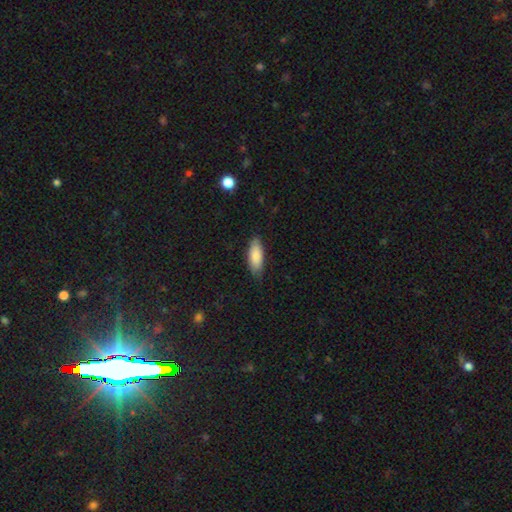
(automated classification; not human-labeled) Overall: smooth (86%). How rounded: in between (73%). Merging: none (81%).